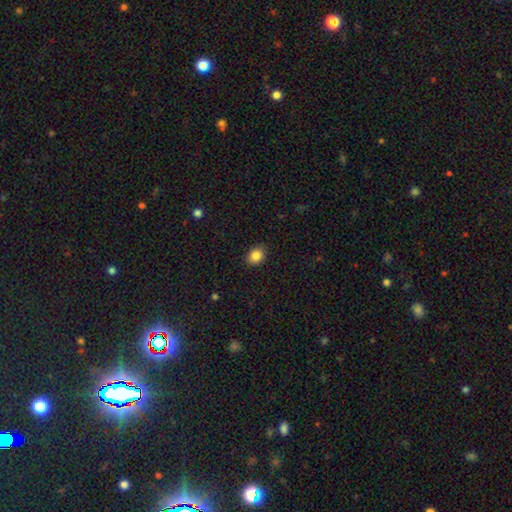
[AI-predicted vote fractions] smooth 86%, star or artifact 10%, featured or disk 5%. Down the decision tree: how rounded — round (50%); merging — none (88%).